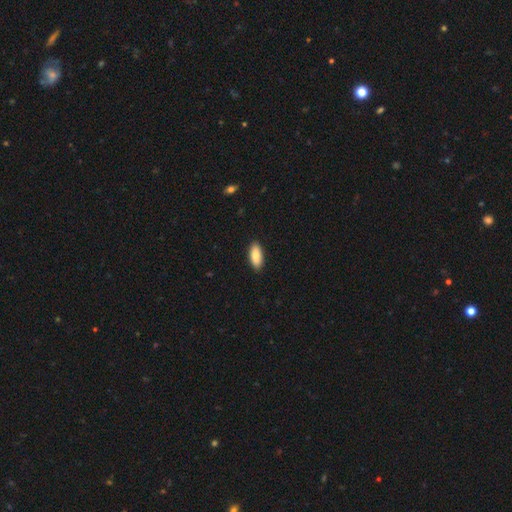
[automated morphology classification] This appears to be a smooth galaxy with no disk features (84%) that is in between round and cigar-shaped (83%). Merging: none (90%).